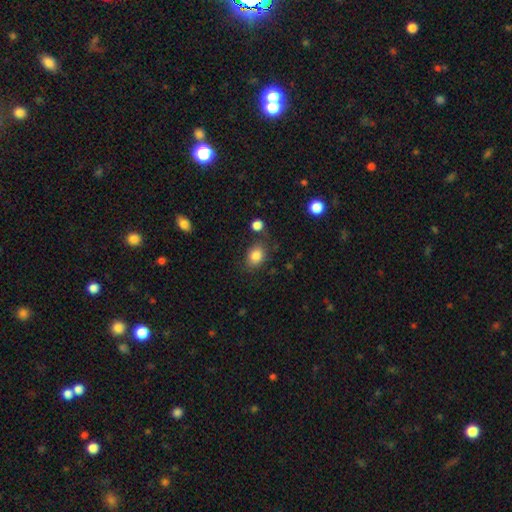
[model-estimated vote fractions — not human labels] This is clearly a smooth galaxy (84%). How rounded: likely in between (63%). Merging: likely none (73%).